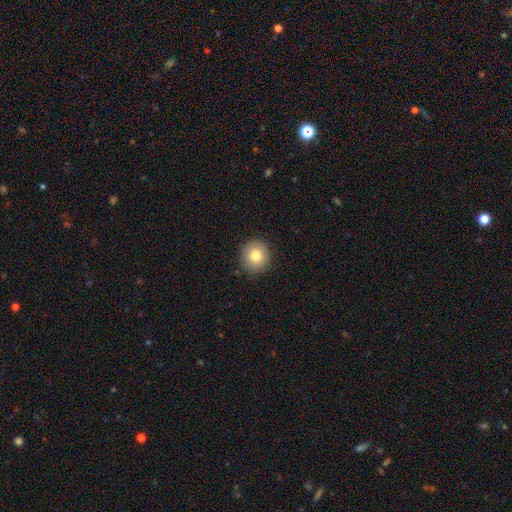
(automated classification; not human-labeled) Q: Smooth or featured?
A: smooth (82%); runner-up: featured or disk (9%)
Q: How rounded?
A: round (92%); runner-up: in between (7%)
Q: Merging?
A: none (89%); runner-up: minor disturbance (8%)